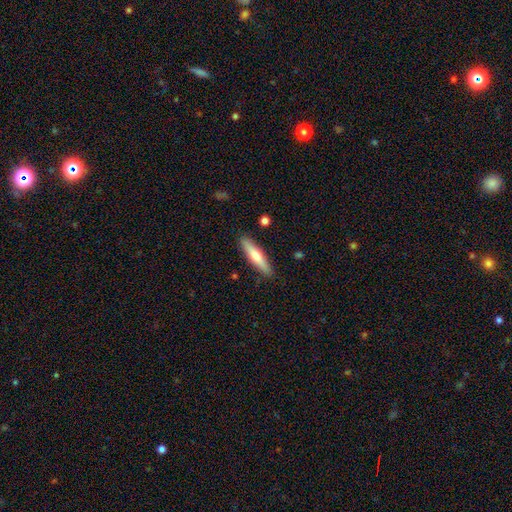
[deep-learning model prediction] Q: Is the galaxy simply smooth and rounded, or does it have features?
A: smooth — 54%.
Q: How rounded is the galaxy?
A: cigar-shaped — 84%.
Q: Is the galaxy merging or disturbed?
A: none — 89%.